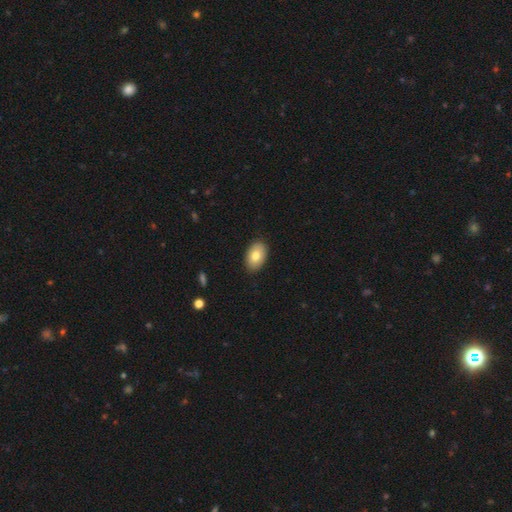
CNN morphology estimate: This appears to be a smooth galaxy with no disk features (78%) that is in between round and cigar-shaped (90%). Merging: none (88%).